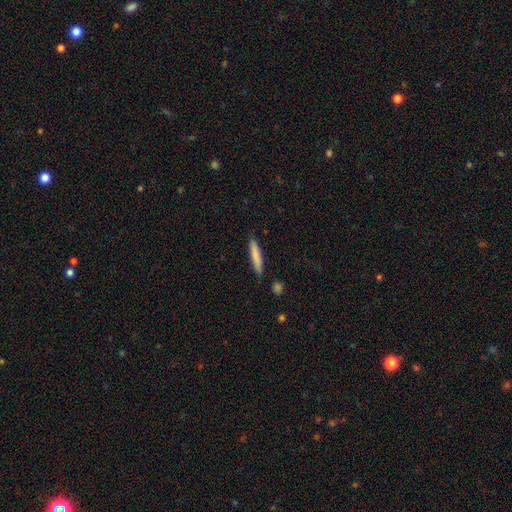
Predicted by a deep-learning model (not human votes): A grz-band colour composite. It shows a smooth galaxy with no disk features (79%) that is cigar-shaped (92%). Merging: none (87%).